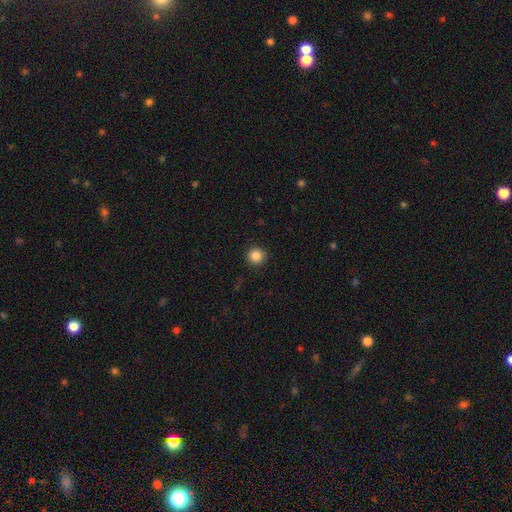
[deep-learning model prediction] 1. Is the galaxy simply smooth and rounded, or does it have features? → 86% smooth, 10% star or artifact, 4% featured or disk.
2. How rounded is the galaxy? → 95% round, 4% in between, 1% cigar-shaped.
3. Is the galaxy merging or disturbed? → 93% none, 5% minor disturbance, 2% major disturbance, 1% merger.